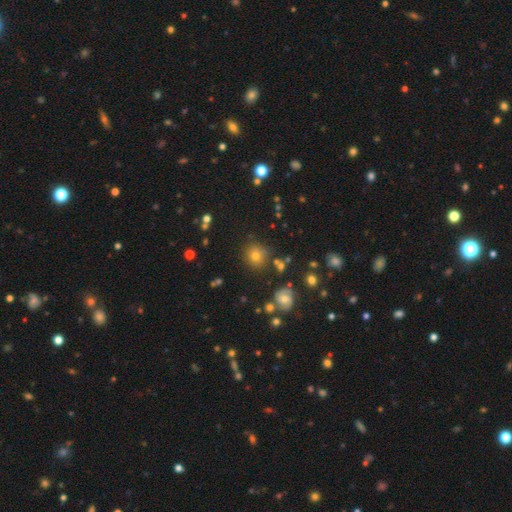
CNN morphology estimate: This appears to be a smooth galaxy with no disk features (69%) that is round (91%). Merging: none (83%).